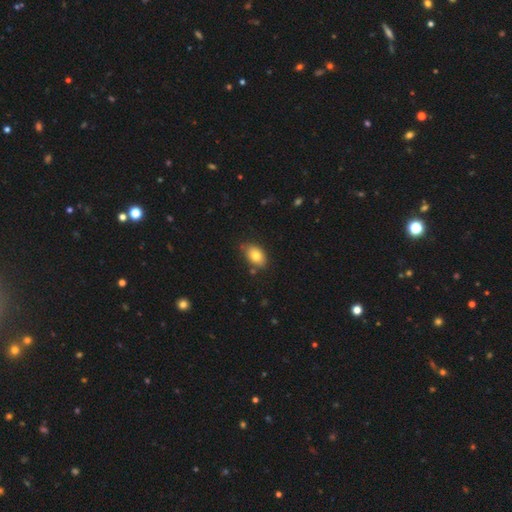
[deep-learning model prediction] Overall: smooth (79%). How rounded: in between (87%). Merging: none (75%).